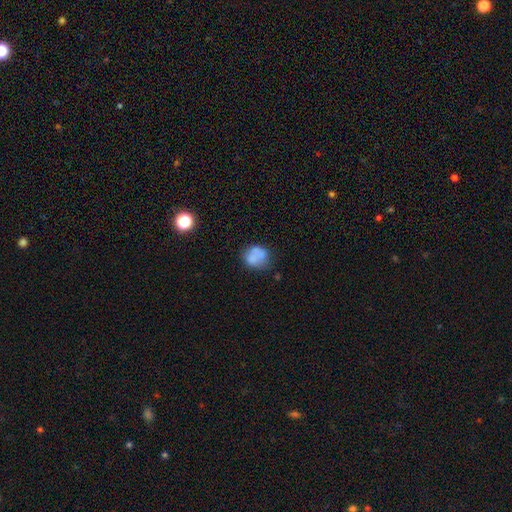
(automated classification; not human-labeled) Smooth or featured? smooth (73%)
How rounded? round (67%)
Merging? none (54%)